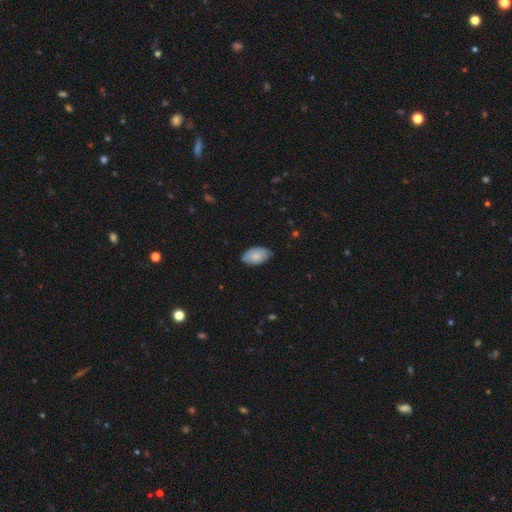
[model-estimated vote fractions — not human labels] smooth-or-featured: smooth: 75% | featured or disk: 19% | star or artifact: 6%
  how-rounded: in between: 93% | round: 6% | cigar-shaped: 1%
  merging: none: 68% | minor disturbance: 27% | major disturbance: 4% | merger: 1%